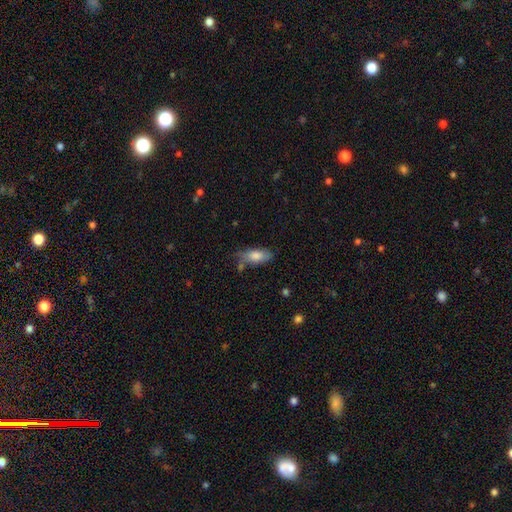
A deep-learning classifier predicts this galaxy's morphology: Smooth or featured? Predicted: smooth (p=0.79). How rounded? Predicted: in between (p=0.78). Merging? Predicted: none (p=0.65).